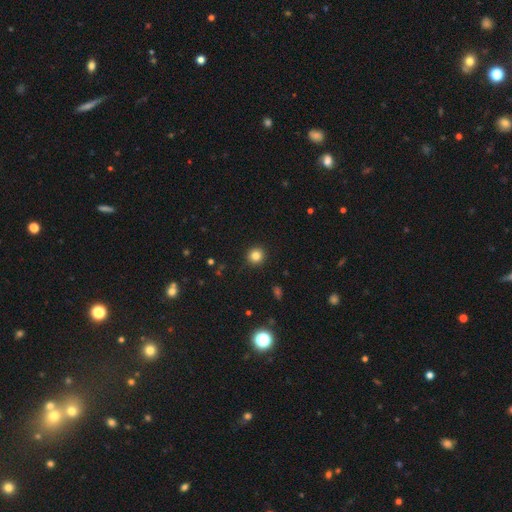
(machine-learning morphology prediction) This appears to be a smooth galaxy with no disk features (83%) that is round (94%). Merging: none (92%).